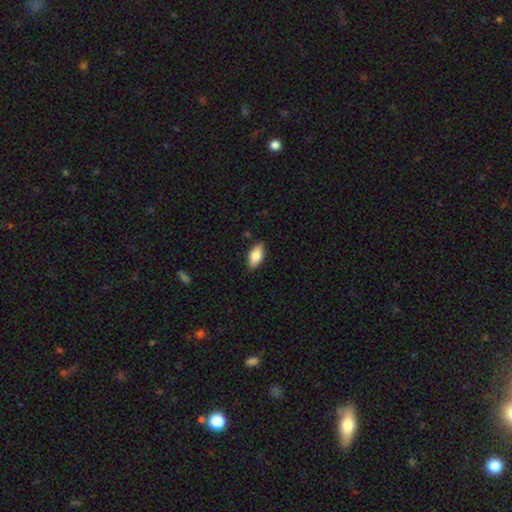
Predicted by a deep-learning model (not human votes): smooth_or_featured: smooth (p=0.83) [alt: featured or disk p=0.11]
how_rounded: in between (p=0.91) [alt: cigar-shaped p=0.06]
merging: none (p=0.86) [alt: minor disturbance p=0.11]